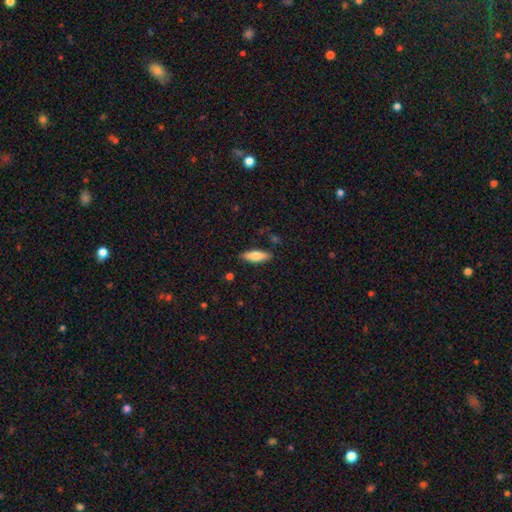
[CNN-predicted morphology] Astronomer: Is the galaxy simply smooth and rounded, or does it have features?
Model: smooth — 77%.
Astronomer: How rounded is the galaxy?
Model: in between — 53% (runner-up: cigar-shaped, 45%).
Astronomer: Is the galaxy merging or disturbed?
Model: none — 86%.